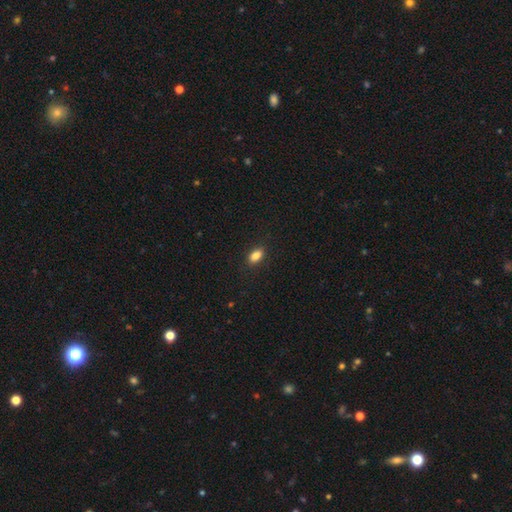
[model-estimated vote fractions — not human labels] A smooth galaxy with no disk features (85%) that is in between round and cigar-shaped (86%).

Vote fractions:
- Smooth or featured? smooth: 85% / star or artifact: 9% / featured or disk: 6%
- How rounded? in between: 86% / round: 7% / cigar-shaped: 7%
- Merging? none: 88% / minor disturbance: 9% / major disturbance: 2% / merger: 1%